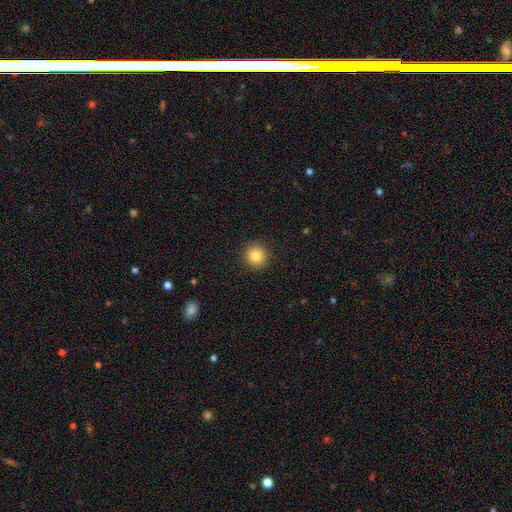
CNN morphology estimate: Smooth or featured? smooth (84%)
How rounded? round (94%)
Merging? none (92%)